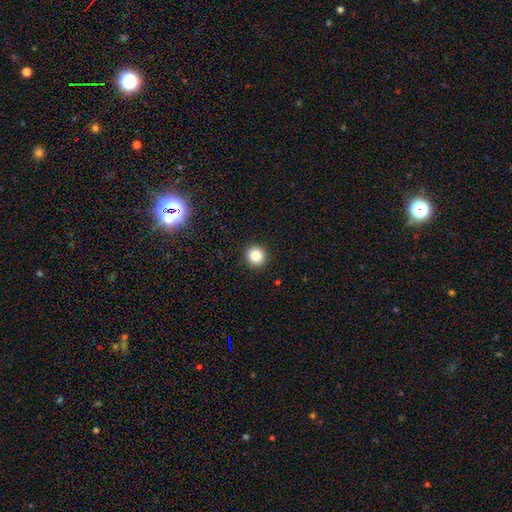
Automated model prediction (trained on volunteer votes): Q: Smooth or featured?
A: smooth (85%); runner-up: star or artifact (10%)
Q: How rounded?
A: round (94%); runner-up: in between (5%)
Q: Merging?
A: none (93%); runner-up: minor disturbance (4%)